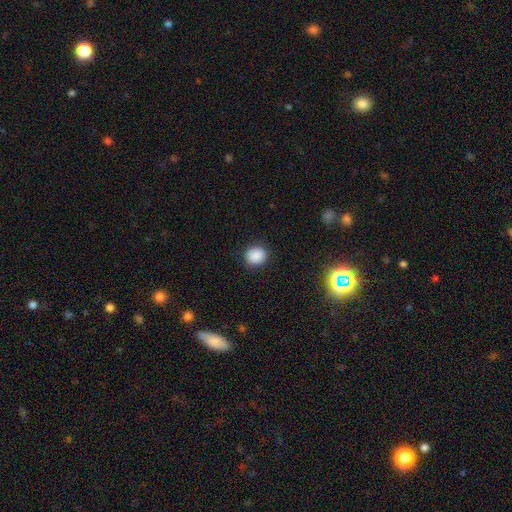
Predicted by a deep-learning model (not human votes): This appears to be a smooth galaxy with no disk features (88%) that is round (80%). Merging: none (89%).